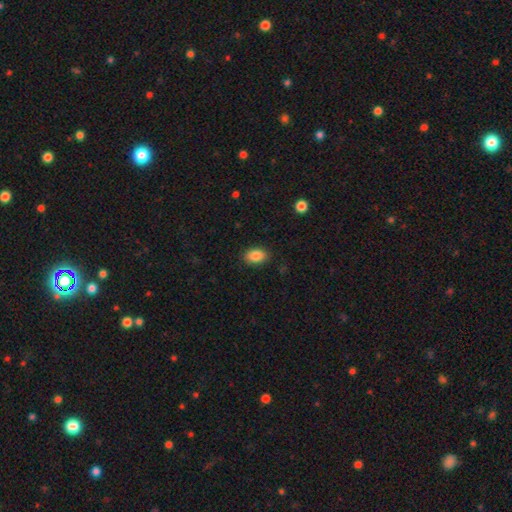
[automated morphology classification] Smooth or featured: smooth — 87% (star or artifact — 8%)
How rounded: in between — 87% (round — 12%)
Merging: none — 87% (minor disturbance — 10%)